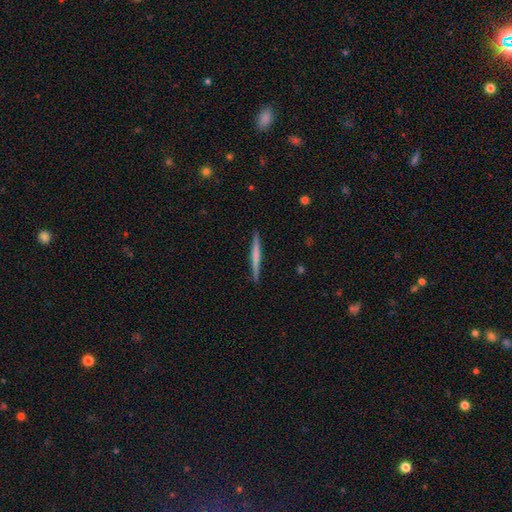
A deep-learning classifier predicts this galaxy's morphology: type=featured or disk (49%); merging=none (91%).